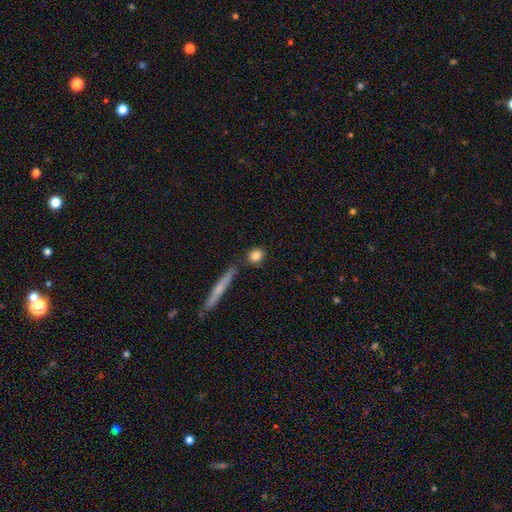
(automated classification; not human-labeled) smooth_or_featured: smooth (p=0.82) [alt: featured or disk p=0.10]
how_rounded: round (p=0.70) [alt: in between p=0.21]
merging: none (p=0.82) [alt: minor disturbance p=0.09]